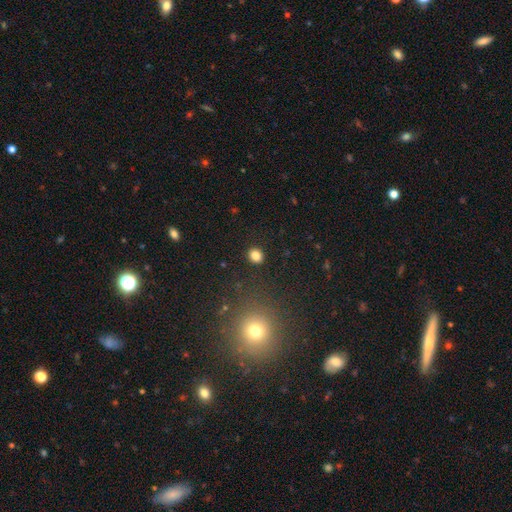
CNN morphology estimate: A smooth galaxy with no disk features (83%) that is round (68%).

Vote fractions:
- Smooth or featured? smooth: 83% / star or artifact: 12% / featured or disk: 5%
- How rounded? round: 68% / in between: 31% / cigar-shaped: 1%
- Merging? none: 90% / minor disturbance: 7% / major disturbance: 2% / merger: 1%